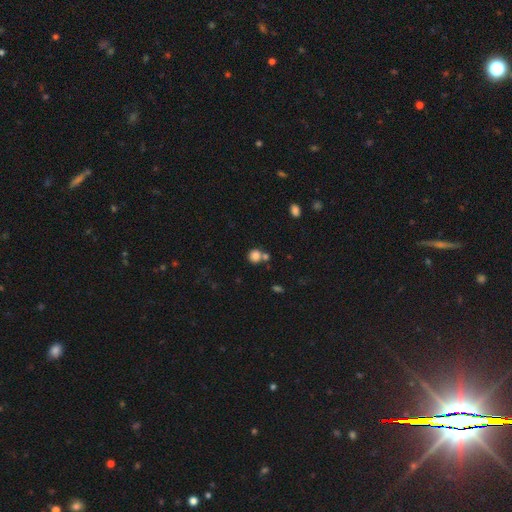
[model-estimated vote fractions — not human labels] Smooth or featured: smooth — 82% (star or artifact — 12%)
How rounded: round — 86% (in between — 13%)
Merging: none — 57% (merger — 29%)